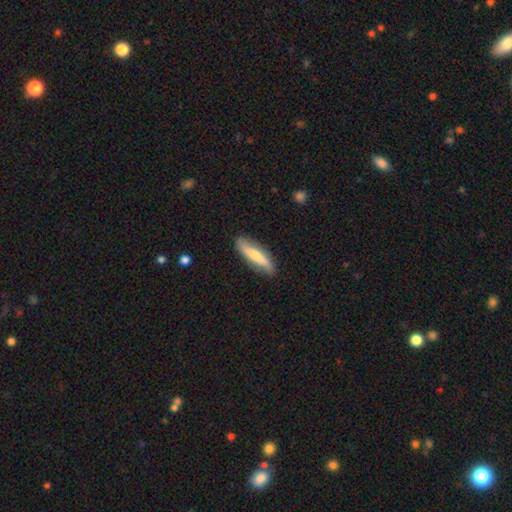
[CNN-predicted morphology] type=smooth (61%); roundness=cigar-shaped (78%); merging=none (82%).